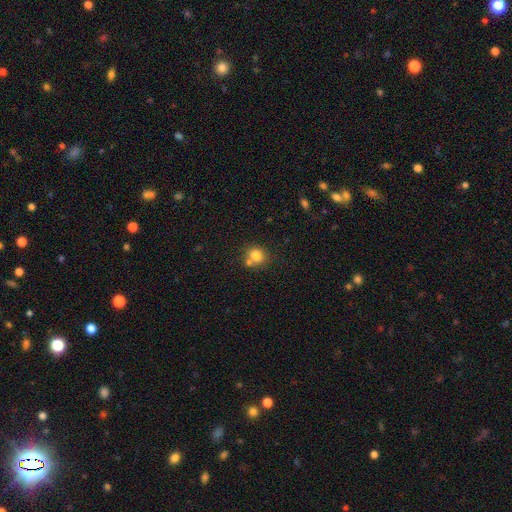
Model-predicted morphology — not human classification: The model was most divided on "merging": none: 57%, merger: 28%, minor disturbance: 11%, major disturbance: 3%. More confident: smooth or featured — smooth (80%); how rounded — round (77%).